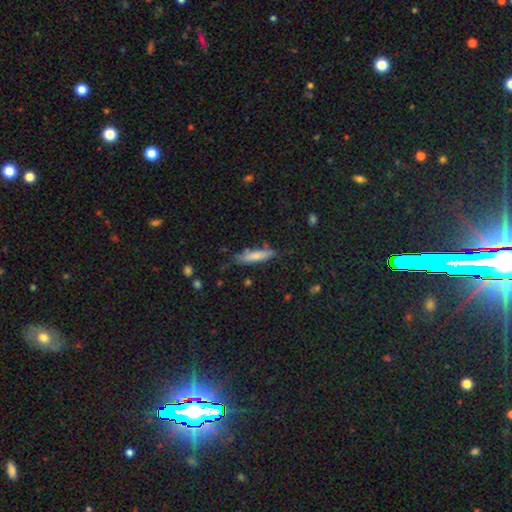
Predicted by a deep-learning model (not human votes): smooth_or_featured: smooth (p=0.71) [alt: featured or disk p=0.22]
how_rounded: cigar-shaped (p=0.77) [alt: in between p=0.21]
merging: none (p=0.70) [alt: minor disturbance p=0.21]